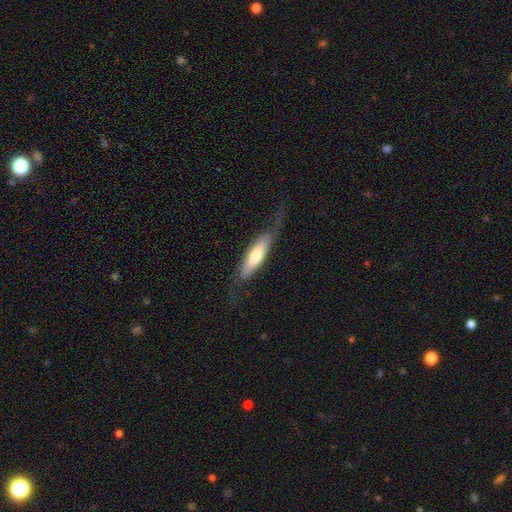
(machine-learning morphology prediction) Overall: smooth (56%; featured or disk 39%). How rounded: cigar-shaped (64%; in between 34%). Merging: none (55%; minor disturbance 24%).